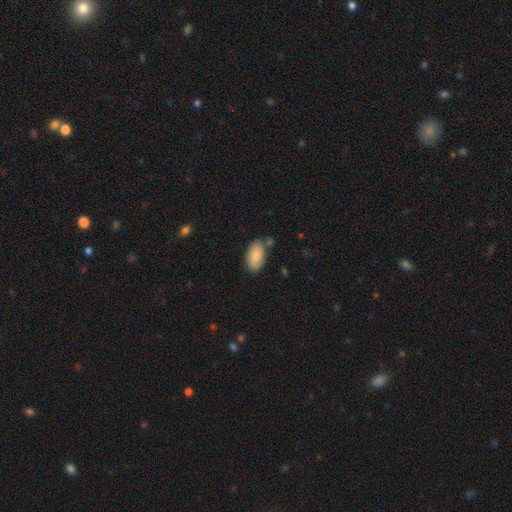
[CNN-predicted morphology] The model was most divided on "merging": none: 73%, minor disturbance: 17%, merger: 7%, major disturbance: 3%. More confident: how rounded — in between (94%); smooth or featured — smooth (80%).